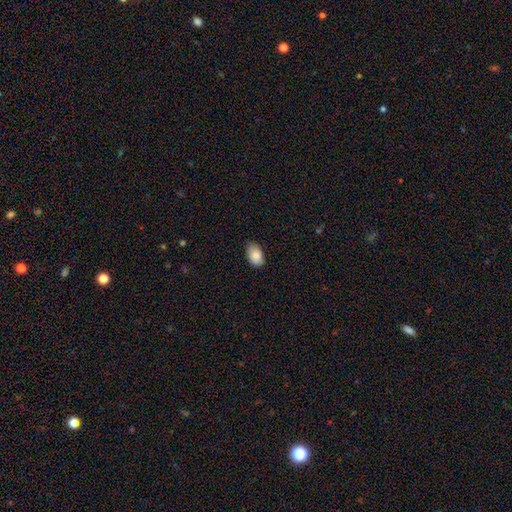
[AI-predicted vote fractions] A smooth galaxy with no disk features (86%) that is in between round and cigar-shaped (90%). Merging: none (72%).